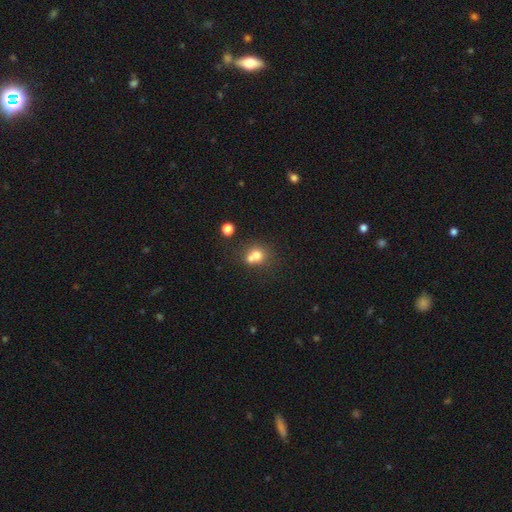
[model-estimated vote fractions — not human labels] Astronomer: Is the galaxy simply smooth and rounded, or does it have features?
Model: smooth — 72%.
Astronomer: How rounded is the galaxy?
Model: round — 73%.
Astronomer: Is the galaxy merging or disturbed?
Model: merger — 51% (runner-up: none, 35%).